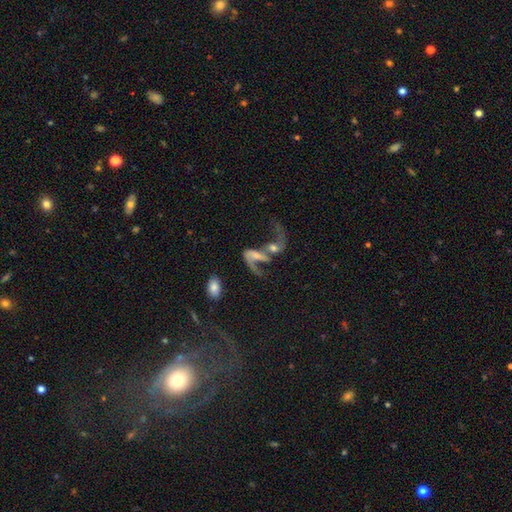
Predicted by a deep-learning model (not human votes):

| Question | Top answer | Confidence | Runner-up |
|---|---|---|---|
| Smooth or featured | featured or disk | 73% | smooth (17%) |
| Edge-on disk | no | 95% | yes (5%) |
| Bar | no | 38% | weak (35%) |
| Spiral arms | yes | 81% | no (19%) |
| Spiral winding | loose | 85% | medium (12%) |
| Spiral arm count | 2 | 67% | 1 (26%) |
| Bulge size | small | 36% | moderate (29%) |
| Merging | merger | 54% | major disturbance (22%) |